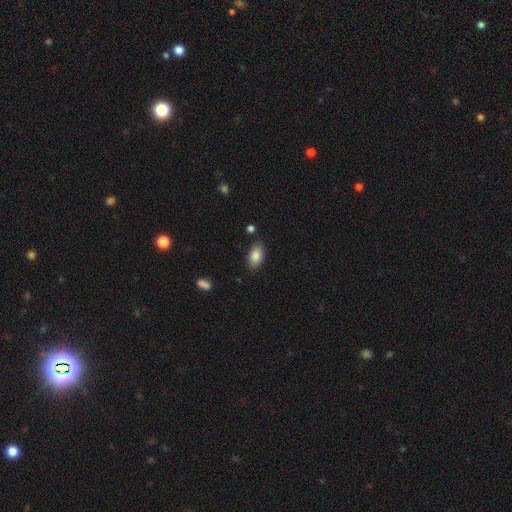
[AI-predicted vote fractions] smooth 87%, star or artifact 7%, featured or disk 6%. Down the decision tree: how rounded — in between (93%); merging — none (82%).